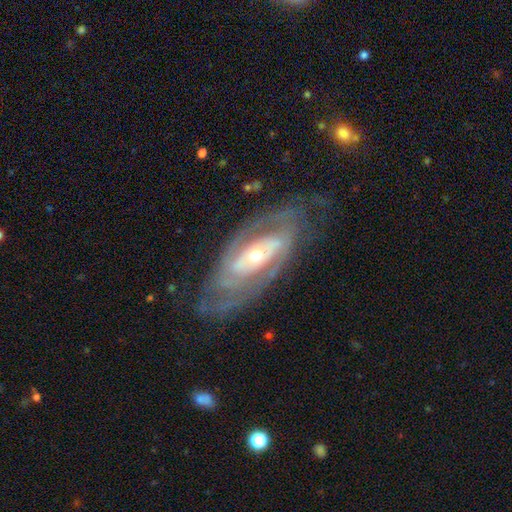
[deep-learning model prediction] smooth_or_featured: featured or disk (p=0.86) [alt: smooth p=0.09]
disk_edge_on: no (p=0.92) [alt: yes p=0.08]
bar: no (p=0.42) [alt: strong p=0.29]
has_spiral_arms: yes (p=0.88) [alt: no p=0.12]
spiral_winding: tight (p=0.57) [alt: medium p=0.33]
spiral_arm_count: 2 (p=0.53) [alt: can't tell p=0.27]
bulge_size: small (p=0.60) [alt: moderate p=0.35]
merging: none (p=0.73) [alt: minor disturbance p=0.16]